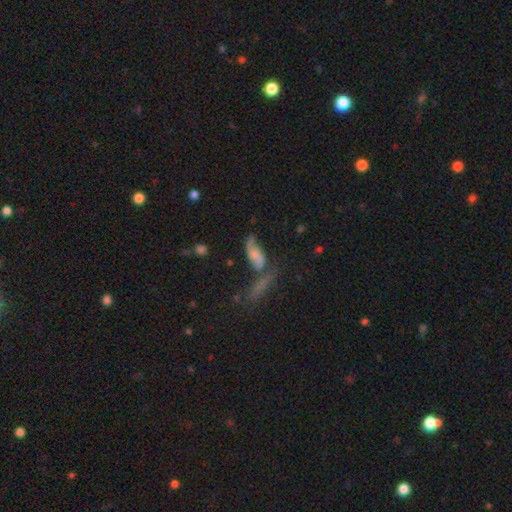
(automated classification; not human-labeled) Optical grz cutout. It shows a featured or disk galaxy (54%). Merging: none (40%).